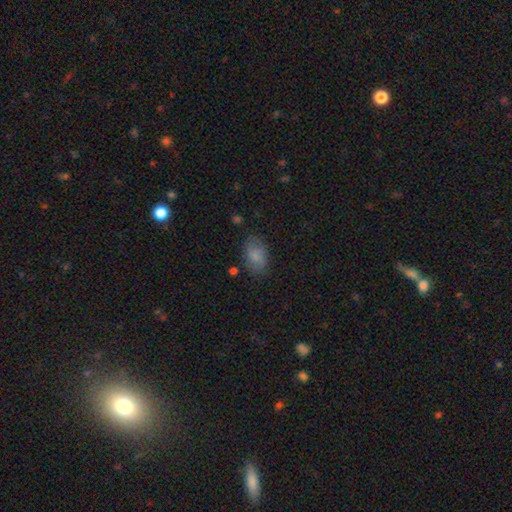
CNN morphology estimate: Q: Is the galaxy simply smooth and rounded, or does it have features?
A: smooth — 83%.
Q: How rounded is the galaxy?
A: in between — 88%.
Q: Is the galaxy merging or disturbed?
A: none — 76%.